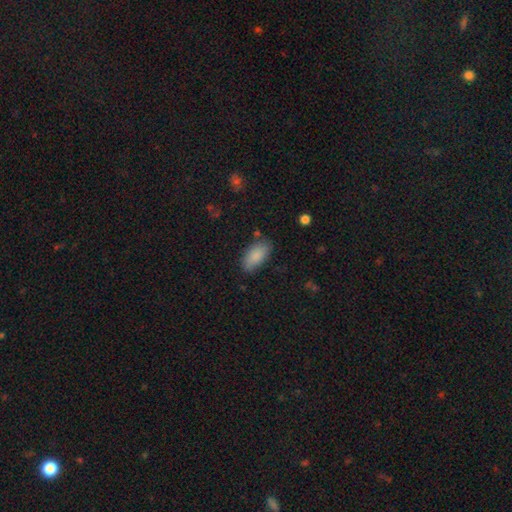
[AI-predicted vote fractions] A smooth galaxy with no disk features (88%) that is in between round and cigar-shaped (91%). Merging: none (79%).